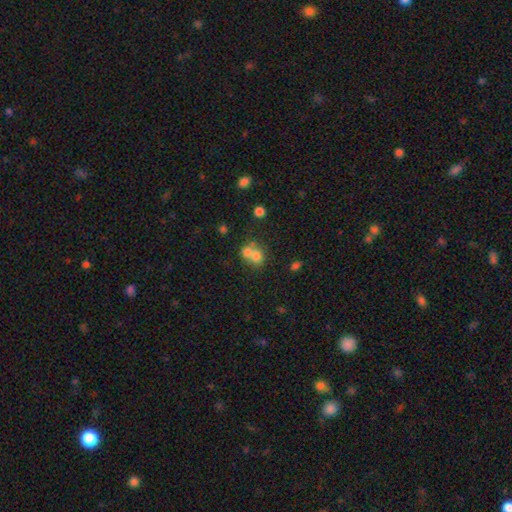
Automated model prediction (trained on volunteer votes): smooth 68%, featured or disk 18%, star or artifact 13%. Down the decision tree: how rounded — round (72%); merging — merger (60%).